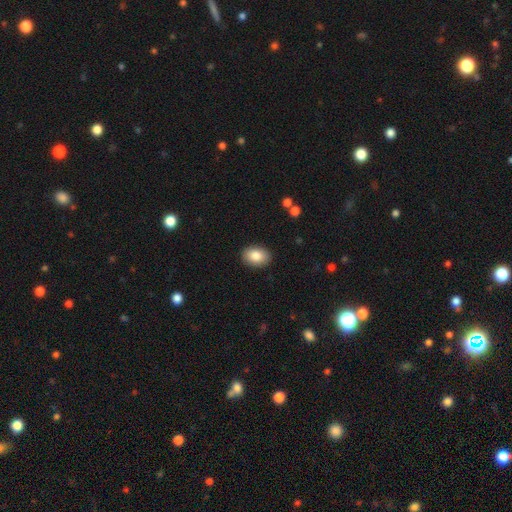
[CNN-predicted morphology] A smooth galaxy with no disk features (85%) that is in between round and cigar-shaped (82%).

Vote fractions:
- Smooth or featured? smooth: 85% / featured or disk: 8% / star or artifact: 7%
- How rounded? in between: 82% / round: 17% / cigar-shaped: 1%
- Merging? none: 90% / minor disturbance: 7% / major disturbance: 2% / merger: 1%